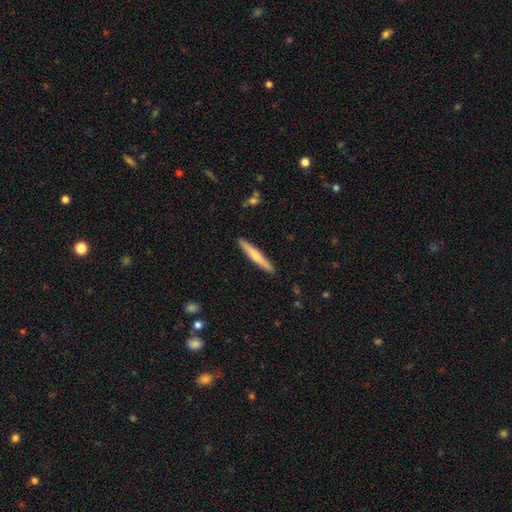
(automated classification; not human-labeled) smooth_or_featured: smooth (p=0.57) [alt: featured or disk p=0.38]
how_rounded: cigar-shaped (p=0.94) [alt: in between p=0.04]
merging: none (p=0.91) [alt: minor disturbance p=0.07]